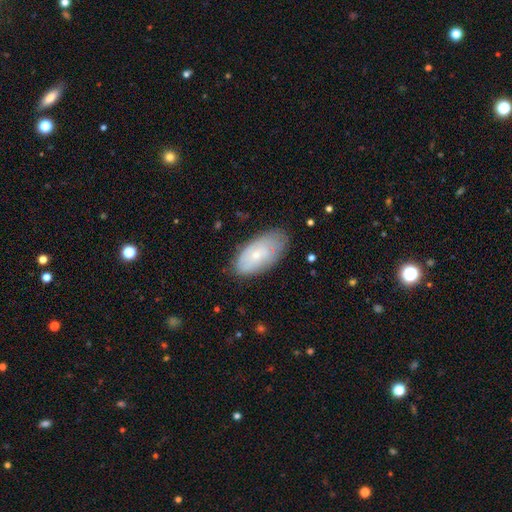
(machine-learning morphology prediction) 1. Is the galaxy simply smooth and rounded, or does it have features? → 56% smooth, 37% featured or disk, 7% star or artifact.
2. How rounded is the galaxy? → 93% in between, 4% cigar-shaped, 3% round.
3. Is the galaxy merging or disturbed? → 73% none, 21% minor disturbance, 5% major disturbance, 1% merger.